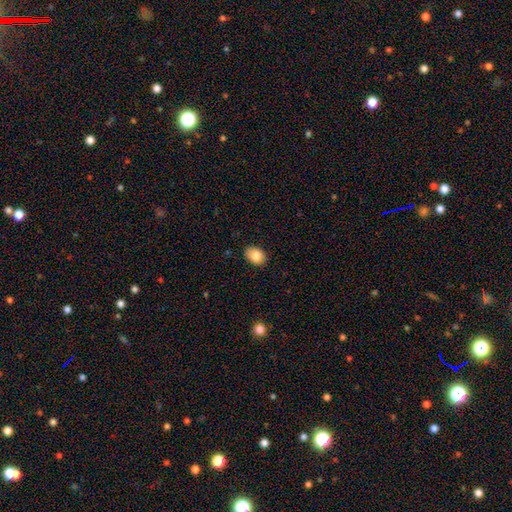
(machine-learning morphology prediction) Smooth or featured? smooth (85%)
How rounded? in between (69%)
Merging? none (87%)